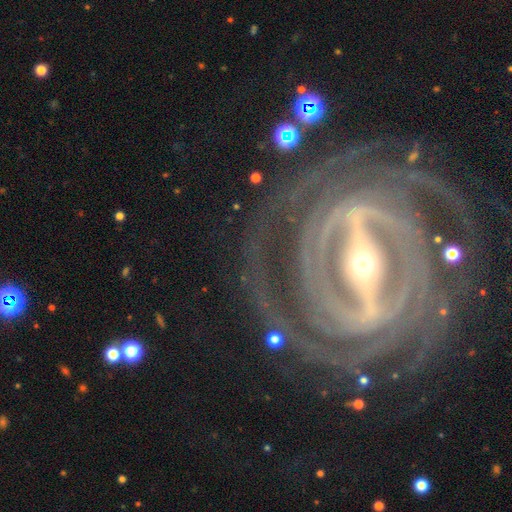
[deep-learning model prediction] Smooth or featured? featured or disk (92%)
Edge-on disk? no (93%)
Bar? strong (83%)
Spiral arms? yes (96%)
Spiral winding? tight (76%)
Spiral arm count? can't tell (22%)
Bulge size? small (61%)
Merging? none (78%)